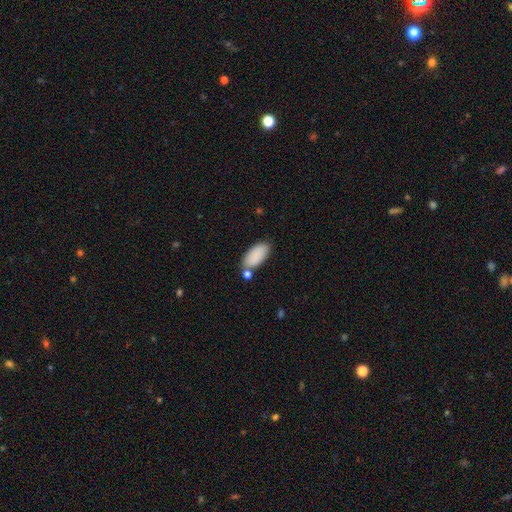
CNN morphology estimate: type=smooth (88%); roundness=in between (93%); merging=none (69%).